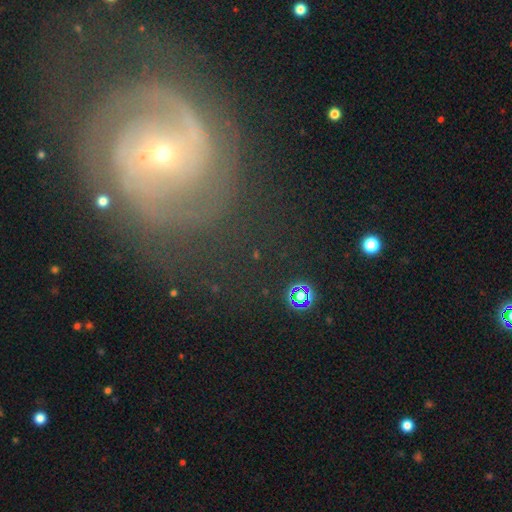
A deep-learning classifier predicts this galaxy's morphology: Overall: featured or disk (84%). Edge-on disk: no (97%). Bar: no (63%; weak 26%). Spiral arms: yes (96%). Spiral arm count: 2 (68%). Spiral winding: tight (50%; medium 39%). Bulge size: small (79%). Merging: none (69%).